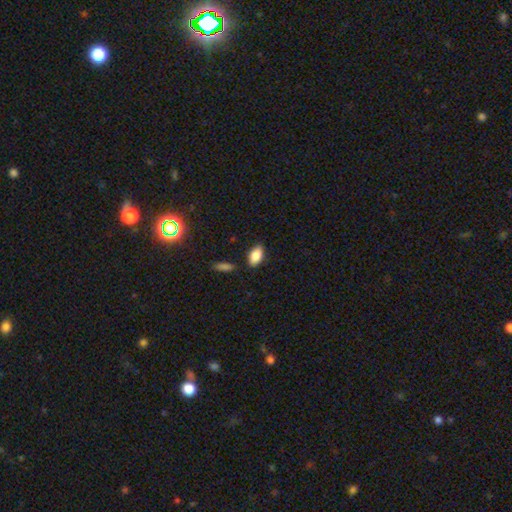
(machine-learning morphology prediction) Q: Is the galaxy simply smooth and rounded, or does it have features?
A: smooth — 84%.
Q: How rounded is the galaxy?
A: in between — 91%.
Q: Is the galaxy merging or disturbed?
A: none — 84%.